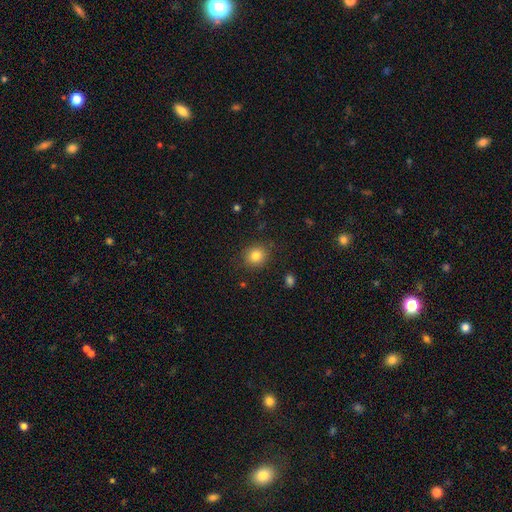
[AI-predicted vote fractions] smooth_or_featured: smooth (p=0.82) [alt: star or artifact p=0.11]
how_rounded: round (p=0.77) [alt: in between p=0.22]
merging: none (p=0.86) [alt: minor disturbance p=0.10]